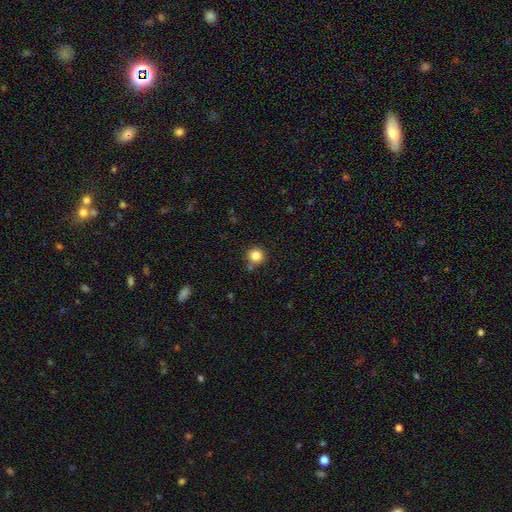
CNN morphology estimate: Smooth or featured? Predicted: smooth (p=0.84). How rounded? Predicted: round (p=0.93). Merging? Predicted: none (p=0.77).